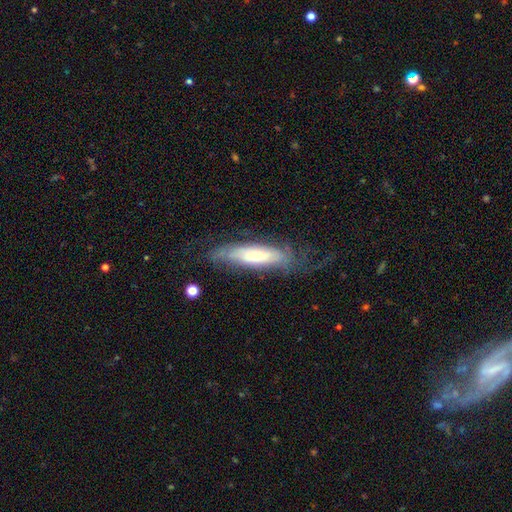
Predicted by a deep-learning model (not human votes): The model was most divided on "smooth or featured": featured or disk: 54%, smooth: 39%, star or artifact: 7%. More confident: edge-on disk — no (65%); merging — none (58%).